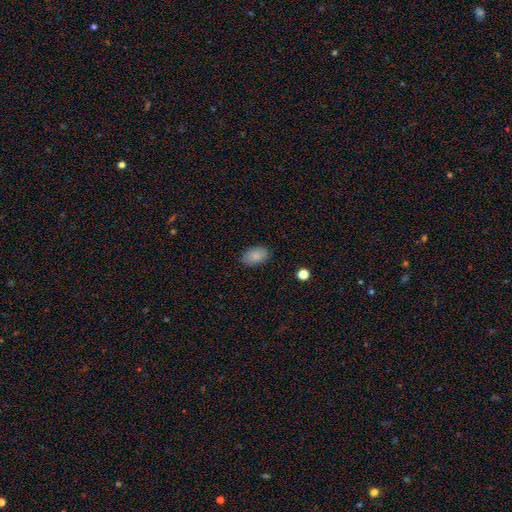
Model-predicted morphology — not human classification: This is clearly a smooth galaxy (87%). How rounded: clearly in between (88%). Merging: clearly none (87%).